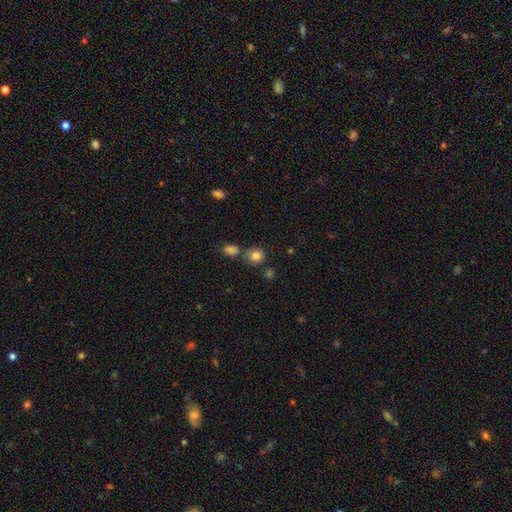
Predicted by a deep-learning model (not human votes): Smooth or featured?
  - smooth: 83% *
  - star or artifact: 10%
  - featured or disk: 7%
How rounded?
  - round: 77% *
  - in between: 22%
  - cigar-shaped: 1%
Merging?
  - none: 68% *
  - merger: 16%
  - minor disturbance: 12%
  - major disturbance: 4%